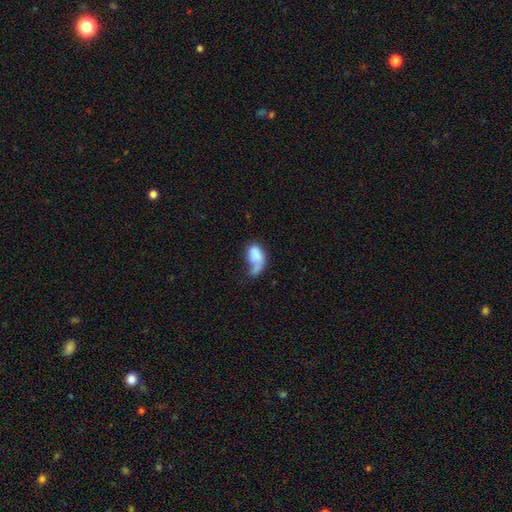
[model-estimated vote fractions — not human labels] Smooth or featured? smooth (70%)
How rounded? in between (88%)
Merging? major disturbance (38%)